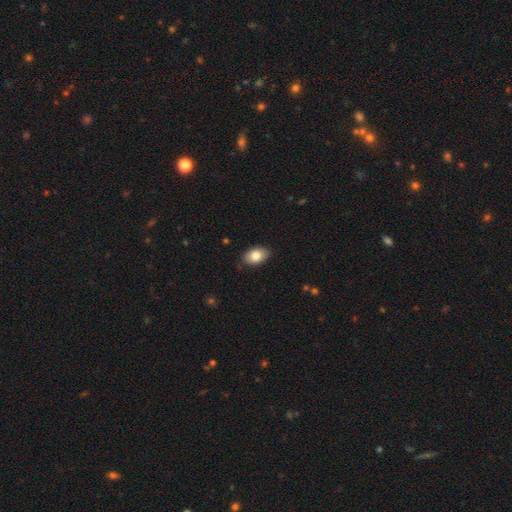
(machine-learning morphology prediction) A smooth galaxy with no disk features (82%) that is in between round and cigar-shaped (90%).

Vote fractions:
- Smooth or featured? smooth: 82% / featured or disk: 11% / star or artifact: 7%
- How rounded? in between: 90% / round: 9% / cigar-shaped: 1%
- Merging? none: 85% / minor disturbance: 12% / major disturbance: 2% / merger: 1%